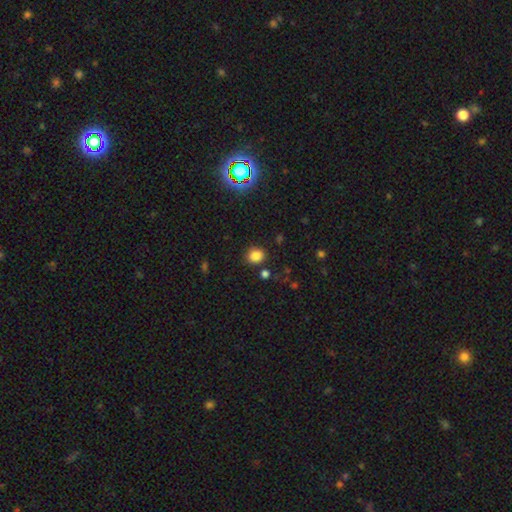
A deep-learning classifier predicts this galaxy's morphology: Smooth or featured: smooth — 83% (star or artifact — 13%)
How rounded: round — 72% (in between — 27%)
Merging: none — 84% (minor disturbance — 9%)